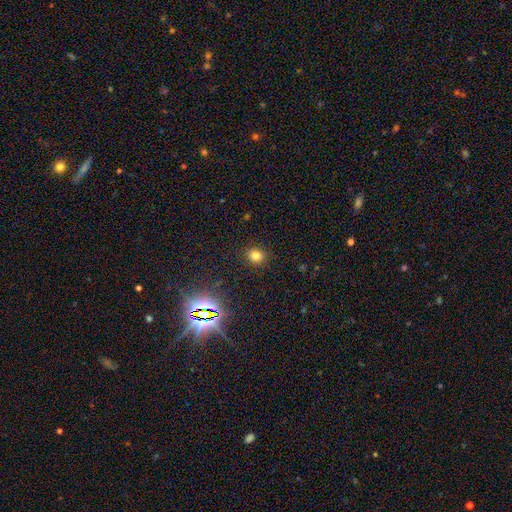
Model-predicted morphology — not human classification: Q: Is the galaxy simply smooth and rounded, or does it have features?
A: smooth — 77%.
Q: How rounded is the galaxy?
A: round — 78%.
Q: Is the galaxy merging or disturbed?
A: none — 88%.